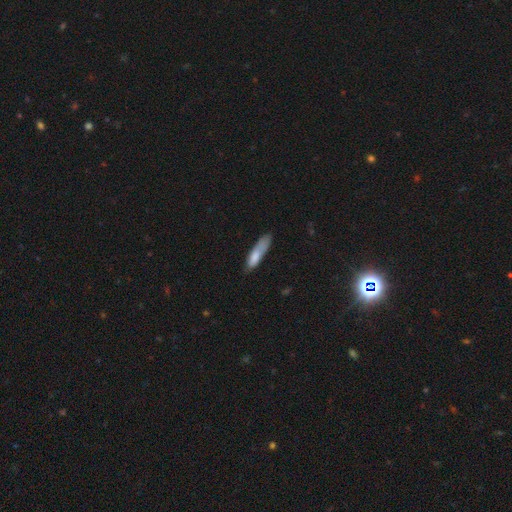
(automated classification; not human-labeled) Overall: smooth (78%). How rounded: cigar-shaped (68%; in between 30%). Merging: none (51%; minor disturbance 33%).